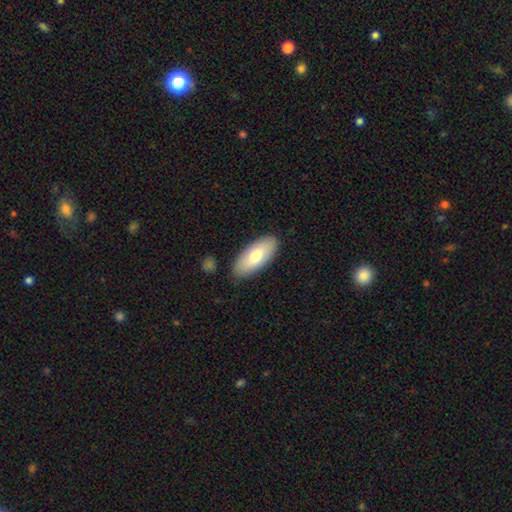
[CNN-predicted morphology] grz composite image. It shows a smooth galaxy with no disk features (73%) that is in between round and cigar-shaped (86%). Merging: none (87%).